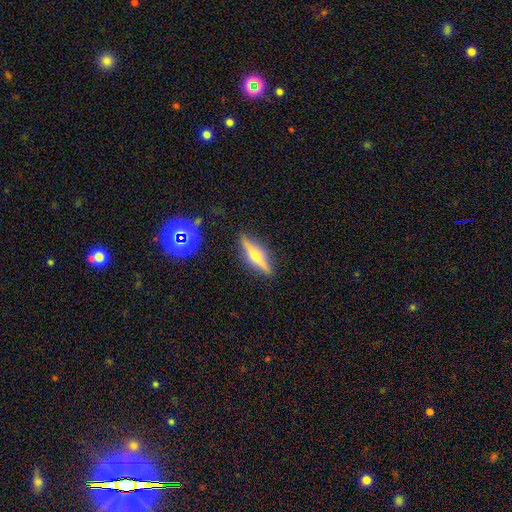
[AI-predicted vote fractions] Overall: featured or disk (65%; smooth 27%). Edge-on disk: yes (95%). Edge-on bulge: rounded (80%). Merging: none (87%).